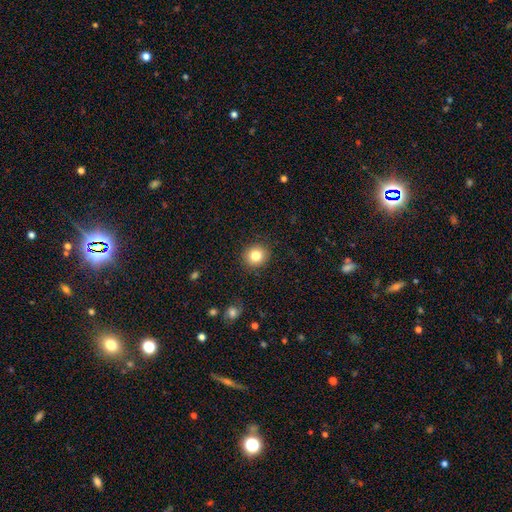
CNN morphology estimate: Q: Smooth or featured?
A: smooth (82%); runner-up: star or artifact (10%)
Q: How rounded?
A: round (85%); runner-up: in between (14%)
Q: Merging?
A: none (90%); runner-up: minor disturbance (6%)